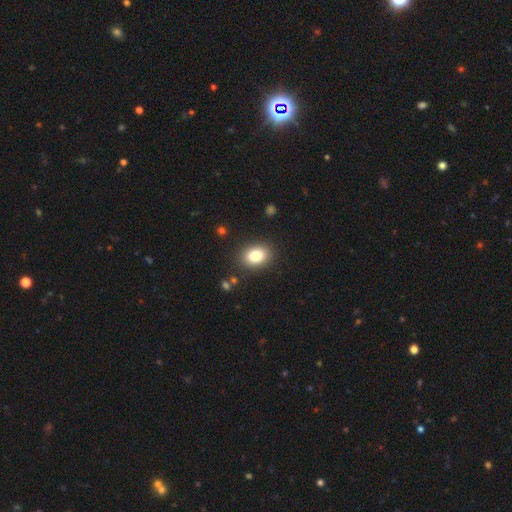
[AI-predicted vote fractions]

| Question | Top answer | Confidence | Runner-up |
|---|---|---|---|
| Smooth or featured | smooth | 84% | star or artifact (9%) |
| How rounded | in between | 75% | round (24%) |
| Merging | none | 87% | minor disturbance (8%) |